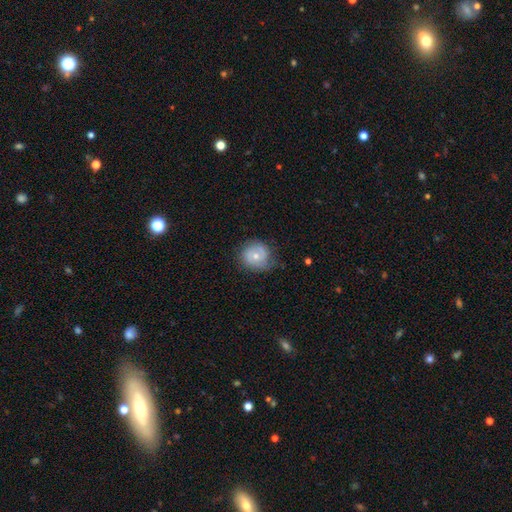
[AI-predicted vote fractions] Overall: smooth (53%; featured or disk 40%). How rounded: round (85%). Merging: none (68%).